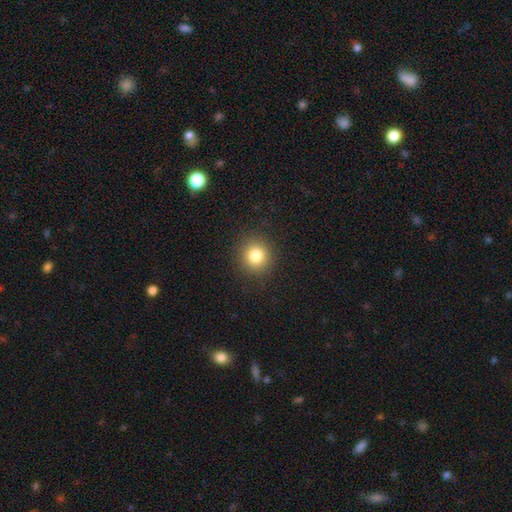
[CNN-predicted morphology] This appears to be a smooth galaxy with no disk features (82%) that is round (90%). Merging: none (90%).